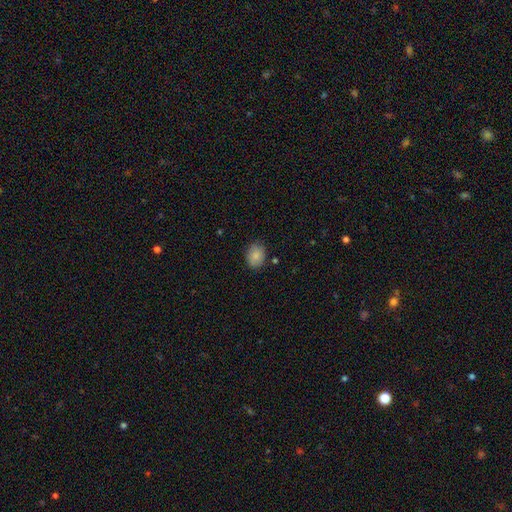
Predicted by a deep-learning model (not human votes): Overall: smooth (85%). How rounded: in between (54%; round 45%). Merging: none (81%).